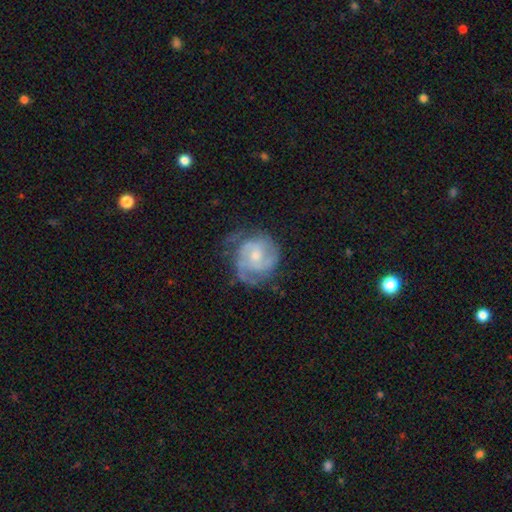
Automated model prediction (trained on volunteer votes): smooth_or_featured: featured or disk (p=0.77) [alt: smooth p=0.17]
disk_edge_on: no (p=0.98) [alt: yes p=0.02]
bar: no (p=0.58) [alt: weak p=0.37]
has_spiral_arms: yes (p=0.91) [alt: no p=0.09]
spiral_winding: tight (p=0.51) [alt: medium p=0.38]
spiral_arm_count: 2 (p=0.48) [alt: can't tell p=0.24]
bulge_size: moderate (p=0.48) [alt: small p=0.45]
merging: none (p=0.57) [alt: minor disturbance p=0.26]